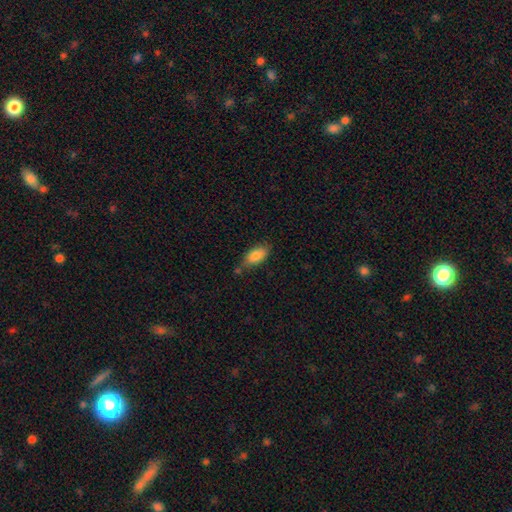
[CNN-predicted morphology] Smooth or featured? Predicted: smooth (p=0.85). How rounded? Predicted: in between (p=0.90). Merging? Predicted: none (p=0.64).